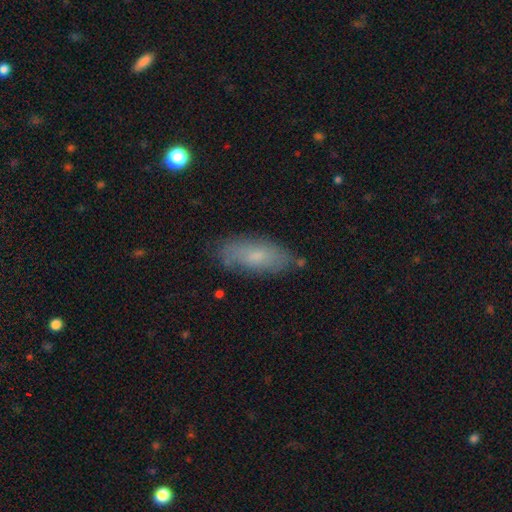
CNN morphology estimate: smooth 64%, featured or disk 28%, star or artifact 7%. Down the decision tree: how rounded — in between (80%); merging — none (77%).